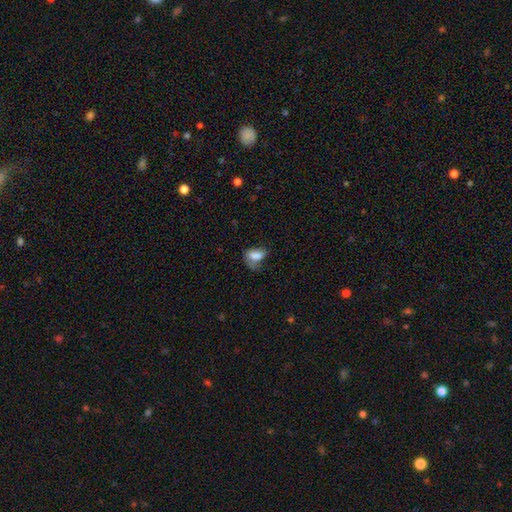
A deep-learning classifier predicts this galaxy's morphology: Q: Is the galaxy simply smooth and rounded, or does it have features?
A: smooth — 72%.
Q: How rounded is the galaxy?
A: in between — 84%.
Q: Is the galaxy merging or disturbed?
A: major disturbance — 30%.